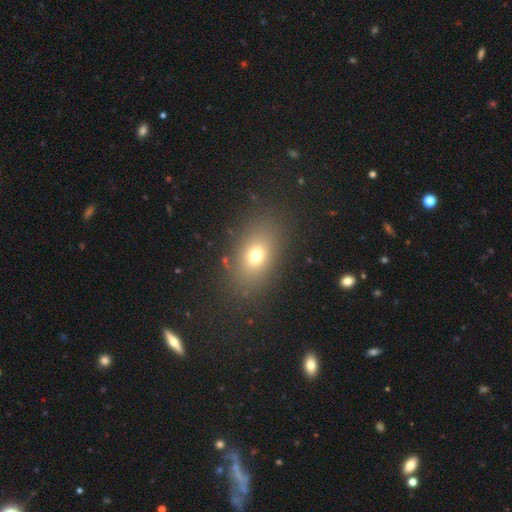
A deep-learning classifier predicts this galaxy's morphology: This appears to be a smooth galaxy with no disk features (69%) that is in between round and cigar-shaped (73%). Merging: none (83%).